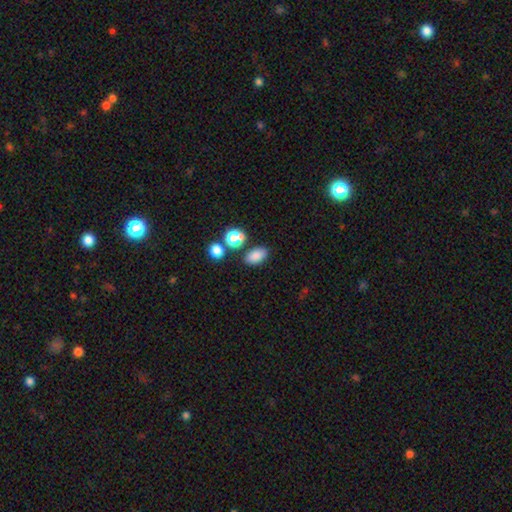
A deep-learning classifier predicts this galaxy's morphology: The model was most divided on "merging": none: 78%, minor disturbance: 11%, merger: 8%, major disturbance: 3%. More confident: how rounded — in between (87%); smooth or featured — smooth (82%).